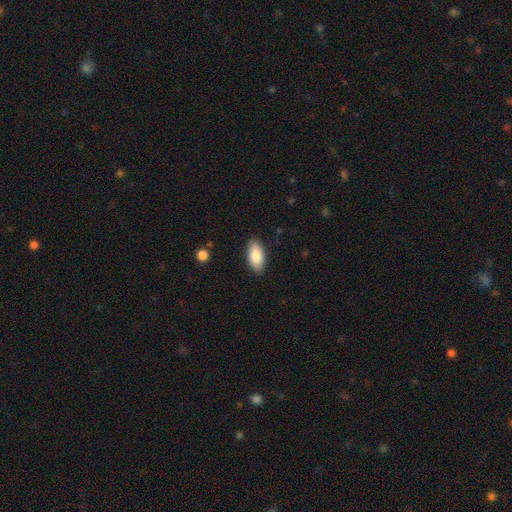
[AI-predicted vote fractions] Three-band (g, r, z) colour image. It shows a smooth galaxy with no disk features (85%) that is in between round and cigar-shaped (91%). Merging: none (88%).